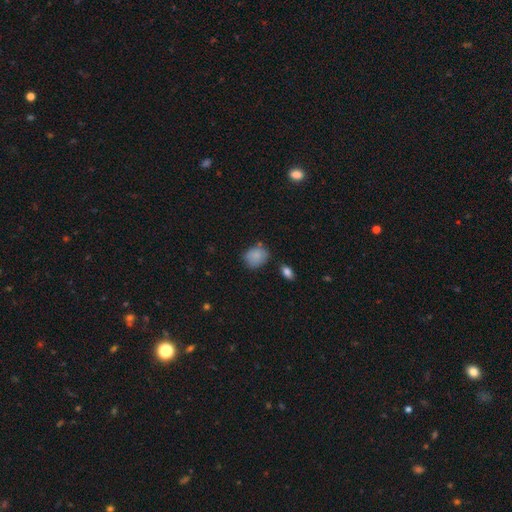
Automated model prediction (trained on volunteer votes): This is clearly a smooth galaxy (85%). How rounded: possibly round (52%). Merging: likely none (66%).